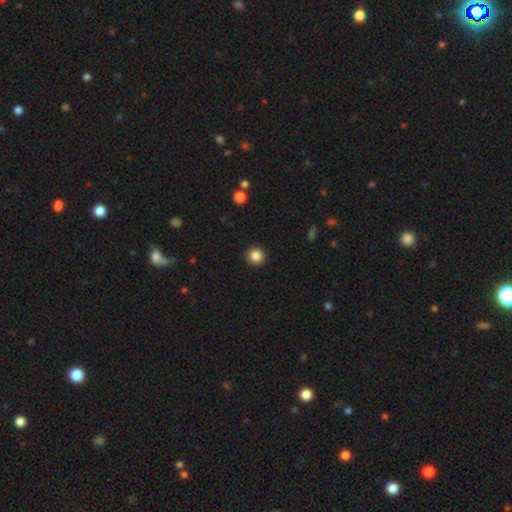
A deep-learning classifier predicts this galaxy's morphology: Smooth or featured?
  - smooth: 86% *
  - star or artifact: 10%
  - featured or disk: 4%
How rounded?
  - round: 86% *
  - in between: 13%
  - cigar-shaped: 1%
Merging?
  - none: 92% *
  - minor disturbance: 5%
  - major disturbance: 2%
  - merger: 1%